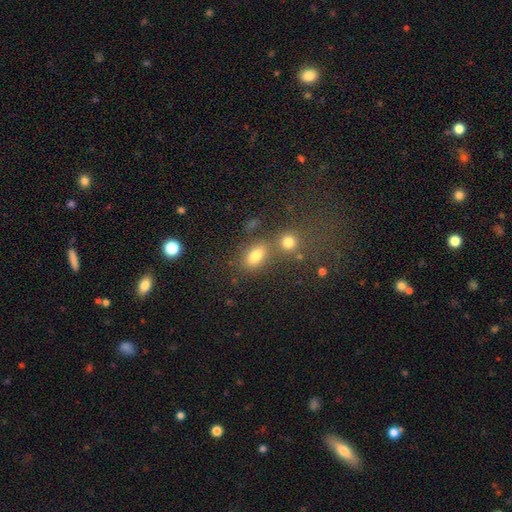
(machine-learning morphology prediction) Smooth or featured: smooth — 76% (star or artifact — 14%)
How rounded: in between — 78% (round — 18%)
Merging: none — 60% (merger — 23%)